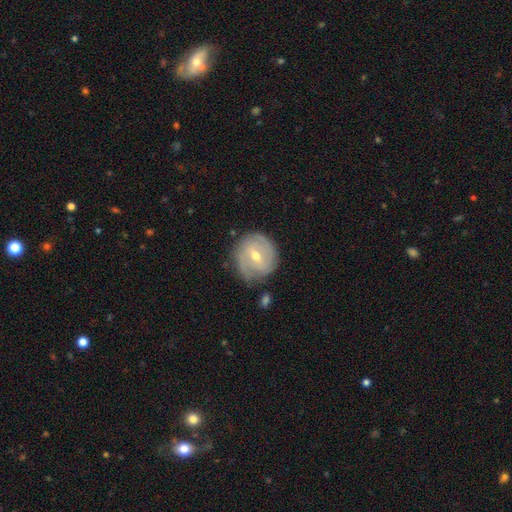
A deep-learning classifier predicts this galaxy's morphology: This appears to be a featured or disk galaxy (76%) with a weak bar (54%), 2 (43%) tight (60%) spiral arms (87%) and a moderate central bulge (56%). Merging: none (73%).